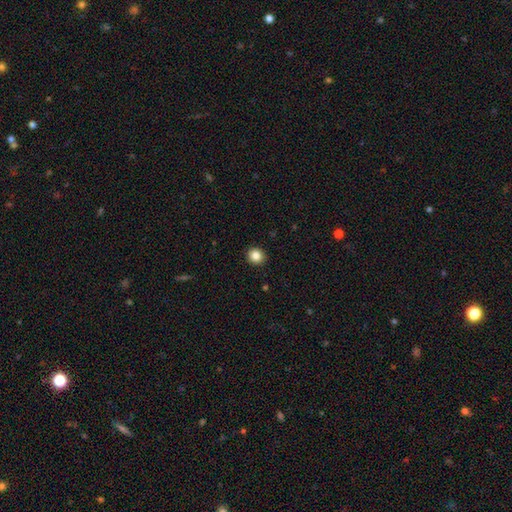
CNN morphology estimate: The model was most divided on "smooth or featured": smooth: 85%, star or artifact: 11%, featured or disk: 5%. More confident: merging — none (92%); how rounded — round (87%).